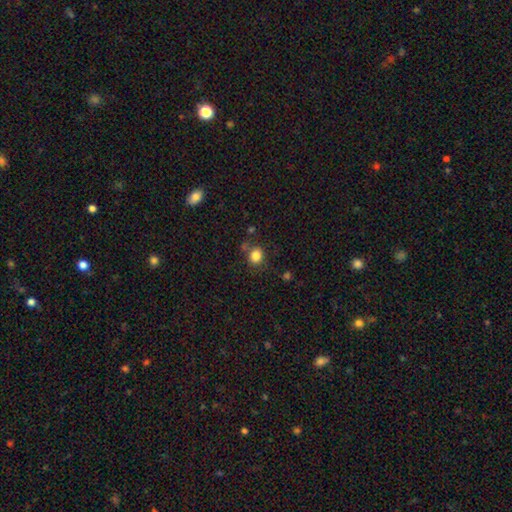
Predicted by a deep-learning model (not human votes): A smooth galaxy with no disk features (83%) that is round (71%). Merging: none (74%).